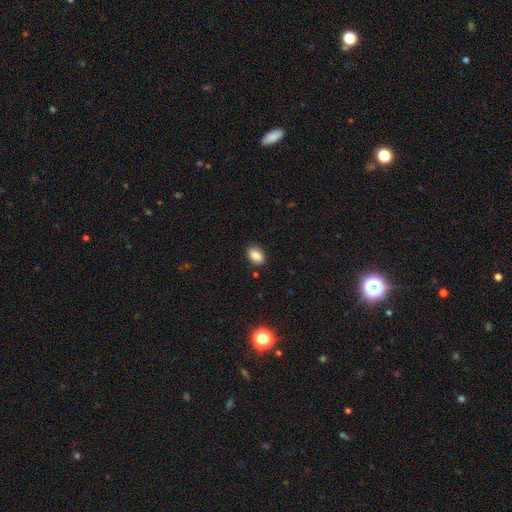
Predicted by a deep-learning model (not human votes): Morphology: type=smooth (84%); roundness=in between (85%); merging=none (86%).